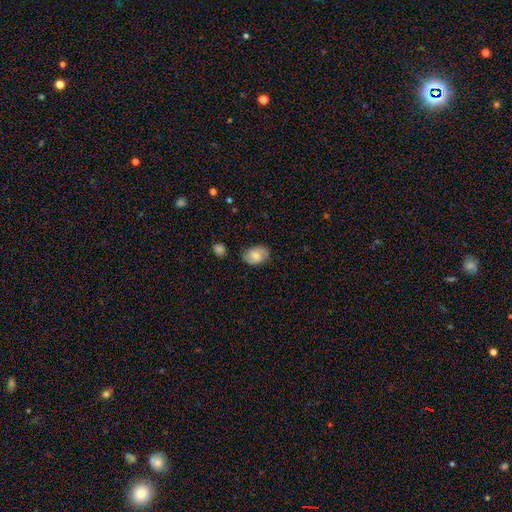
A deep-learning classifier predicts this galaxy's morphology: smooth_or_featured: featured or disk (p=0.49) [alt: smooth p=0.44]
merging: none (p=0.81) [alt: minor disturbance p=0.14]